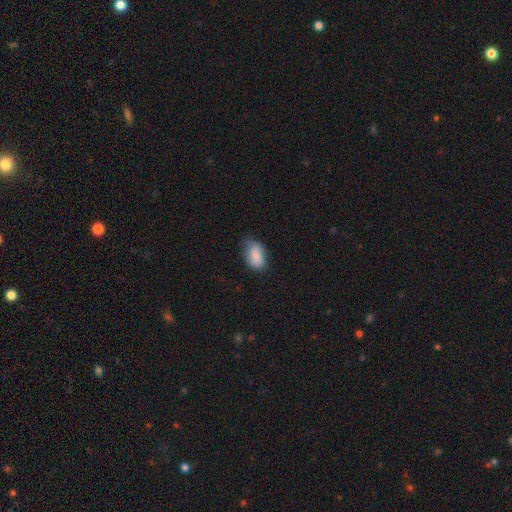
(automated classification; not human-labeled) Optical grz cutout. It shows a smooth galaxy with no disk features (84%) that is in between round and cigar-shaped (89%). Merging: none (56%).